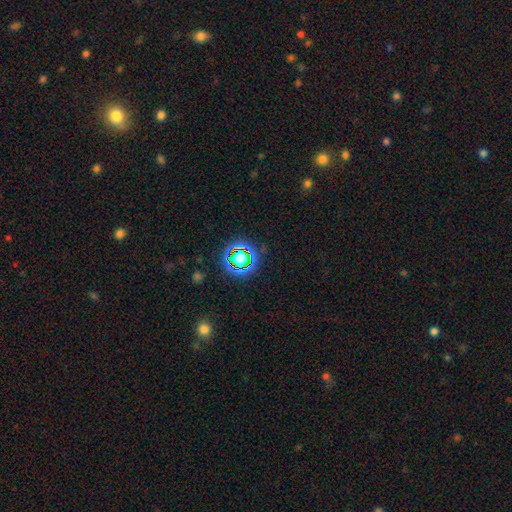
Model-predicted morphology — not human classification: Smooth or featured? Predicted: star or artifact (p=0.64).